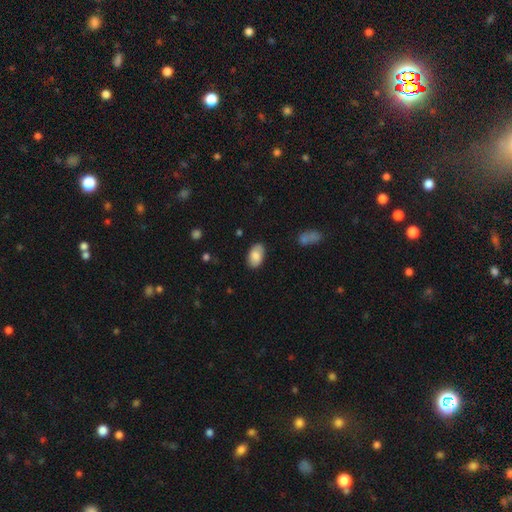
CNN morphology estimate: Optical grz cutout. It shows a smooth galaxy with no disk features (84%) that is in between round and cigar-shaped (94%). Merging: none (82%).